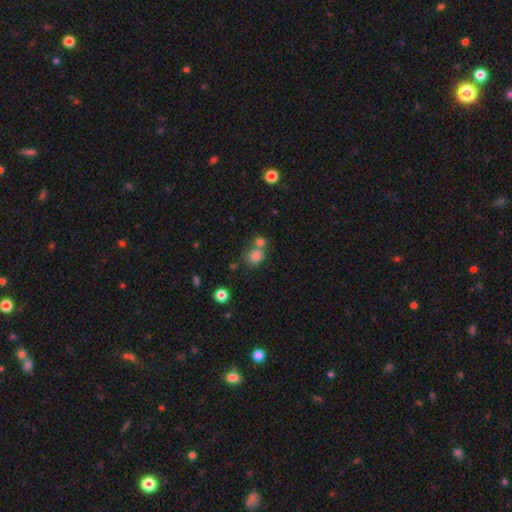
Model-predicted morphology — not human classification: smooth-or-featured: smooth: 78% | star or artifact: 13% | featured or disk: 9%
  how-rounded: round: 74% | in between: 25% | cigar-shaped: 1%
  merging: none: 50% | merger: 37% | minor disturbance: 9% | major disturbance: 4%